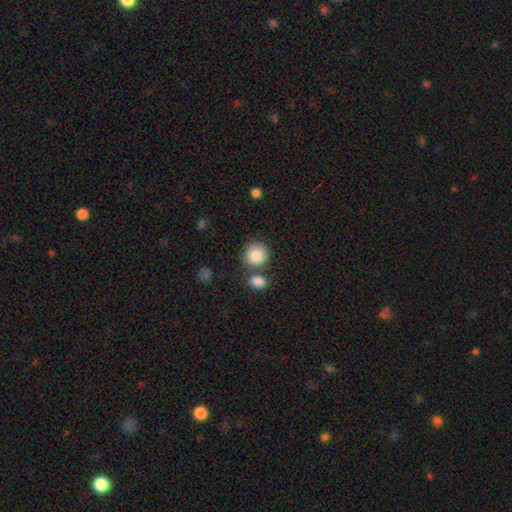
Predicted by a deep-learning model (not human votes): A smooth galaxy with no disk features (86%) that is round (87%).

Vote fractions:
- Smooth or featured? smooth: 86% / star or artifact: 8% / featured or disk: 6%
- How rounded? round: 87% / in between: 12% / cigar-shaped: 1%
- Merging? none: 67% / merger: 19% / minor disturbance: 10% / major disturbance: 4%